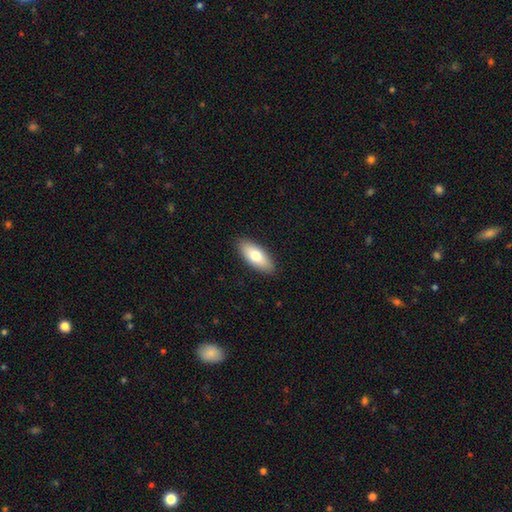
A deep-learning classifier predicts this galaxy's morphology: smooth_or_featured: smooth (p=0.72) [alt: featured or disk p=0.22]
how_rounded: in between (p=0.83) [alt: cigar-shaped p=0.15]
merging: none (p=0.89) [alt: minor disturbance p=0.08]